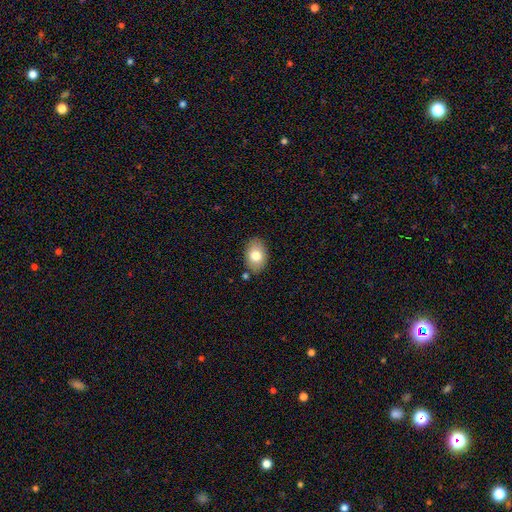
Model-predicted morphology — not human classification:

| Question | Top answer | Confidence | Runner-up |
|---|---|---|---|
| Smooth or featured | smooth | 77% | featured or disk (15%) |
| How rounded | in between | 86% | round (13%) |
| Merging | none | 84% | minor disturbance (11%) |